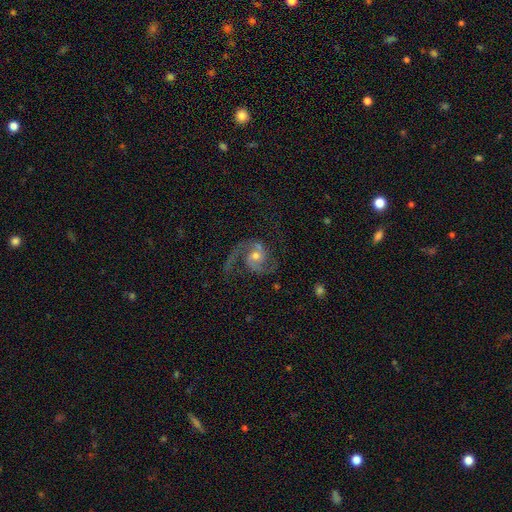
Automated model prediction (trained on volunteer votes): Q: Smooth or featured?
A: featured or disk (89%); runner-up: star or artifact (5%)
Q: Edge-on disk?
A: no (98%); runner-up: yes (2%)
Q: Bar?
A: no (63%); runner-up: weak (30%)
Q: Spiral arms?
A: yes (97%); runner-up: no (3%)
Q: Spiral winding?
A: medium (55%); runner-up: loose (33%)
Q: Spiral arm count?
A: 2 (91%); runner-up: 1 (3%)
Q: Bulge size?
A: moderate (63%); runner-up: small (28%)
Q: Merging?
A: none (68%); runner-up: minor disturbance (16%)